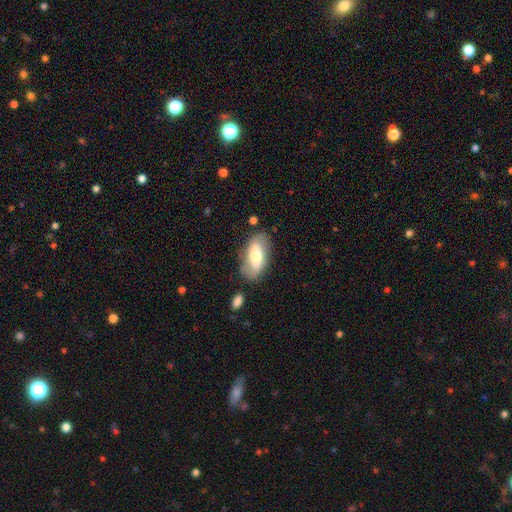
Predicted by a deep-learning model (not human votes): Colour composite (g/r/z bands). It shows a smooth galaxy with no disk features (51%) that is in between round and cigar-shaped (89%). Merging: none (70%).